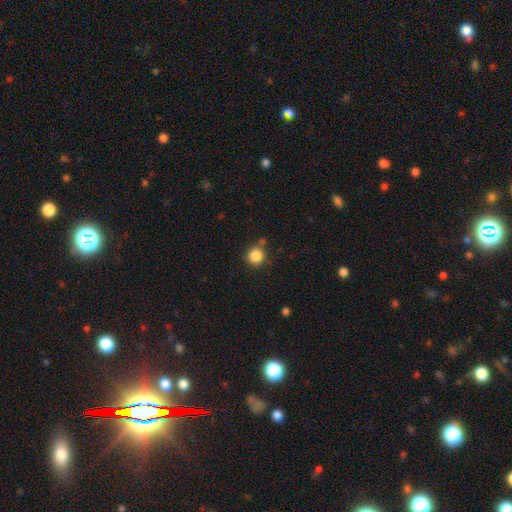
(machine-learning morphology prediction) smooth 86%, star or artifact 11%, featured or disk 4%. Down the decision tree: how rounded — round (93%); merging — none (80%).